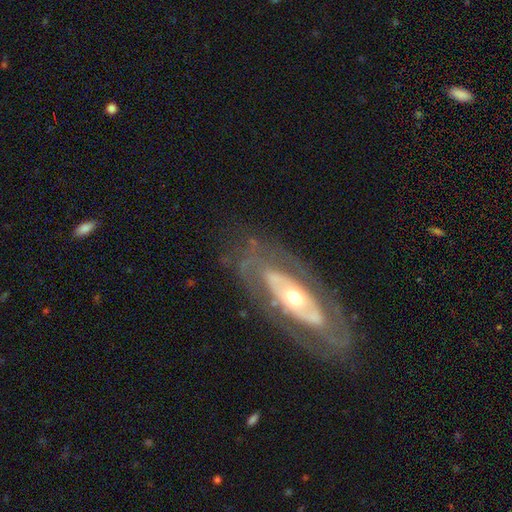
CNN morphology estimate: Smooth or featured: featured or disk — 79% (smooth — 15%)
Edge-on disk: no — 85% (yes — 15%)
Bar: no — 76% (weak — 14%)
Spiral arms: yes — 50% (tied with no — 50%)
Bulge size: moderate — 63% (small — 22%)
Merging: none — 77% (minor disturbance — 13%)